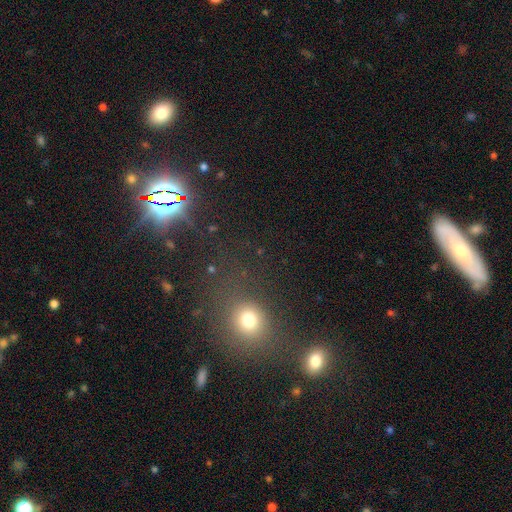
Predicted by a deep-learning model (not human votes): Q: Smooth or featured?
A: star or artifact (44%); tied with: smooth (44%)